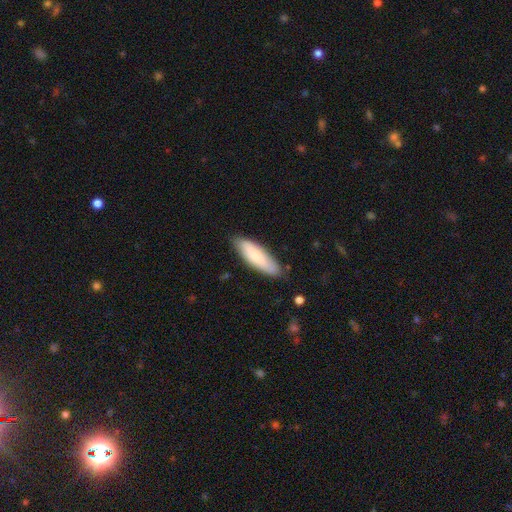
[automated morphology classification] Smooth or featured: smooth — 77% (featured or disk — 18%)
How rounded: in between — 51% (cigar-shaped — 47%)
Merging: none — 82% (minor disturbance — 14%)